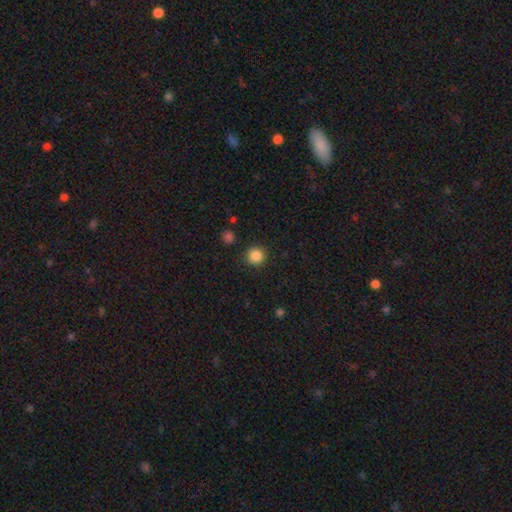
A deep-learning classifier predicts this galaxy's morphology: smooth 86%, star or artifact 10%, featured or disk 4%. Down the decision tree: how rounded — round (94%); merging — none (90%).